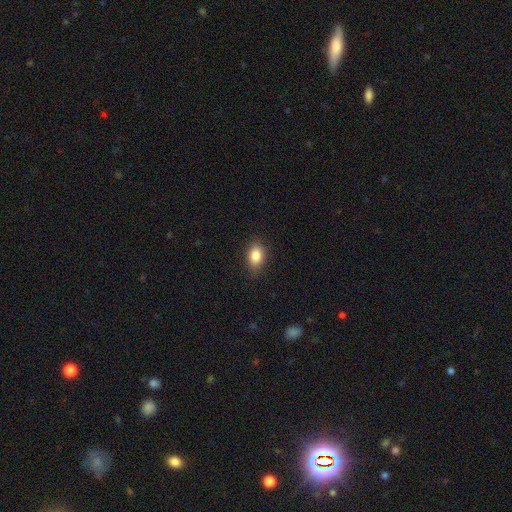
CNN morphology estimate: Overall: smooth (85%). How rounded: in between (80%). Merging: none (83%).